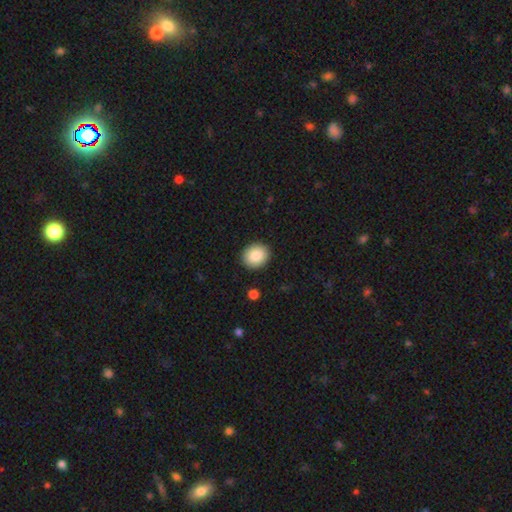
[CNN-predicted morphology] Smooth or featured?
  - smooth: 87% *
  - star or artifact: 7%
  - featured or disk: 6%
How rounded?
  - round: 73% *
  - in between: 26%
  - cigar-shaped: 1%
Merging?
  - none: 91% *
  - minor disturbance: 6%
  - major disturbance: 2%
  - merger: 1%